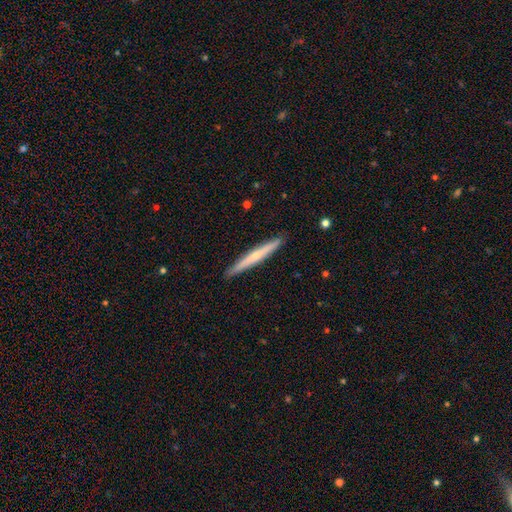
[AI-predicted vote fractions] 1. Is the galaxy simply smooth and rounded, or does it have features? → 50% featured or disk, 44% smooth, 5% star or artifact.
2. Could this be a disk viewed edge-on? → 97% yes, 3% no.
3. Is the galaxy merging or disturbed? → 91% none, 6% minor disturbance, 1% major disturbance, 1% merger.